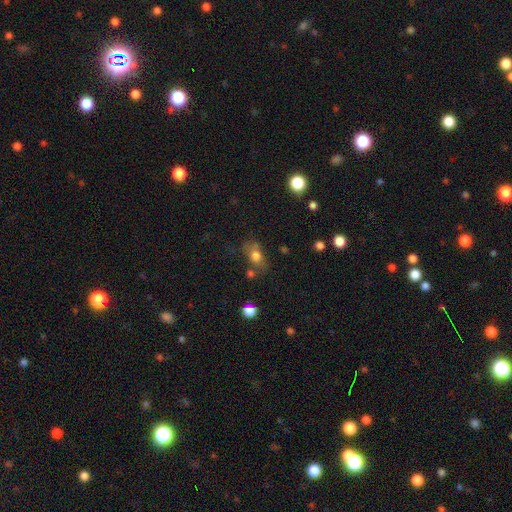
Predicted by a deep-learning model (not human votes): Q: Smooth or featured?
A: smooth (73%); runner-up: featured or disk (14%)
Q: How rounded?
A: in between (67%); runner-up: round (30%)
Q: Merging?
A: none (57%); runner-up: minor disturbance (22%)